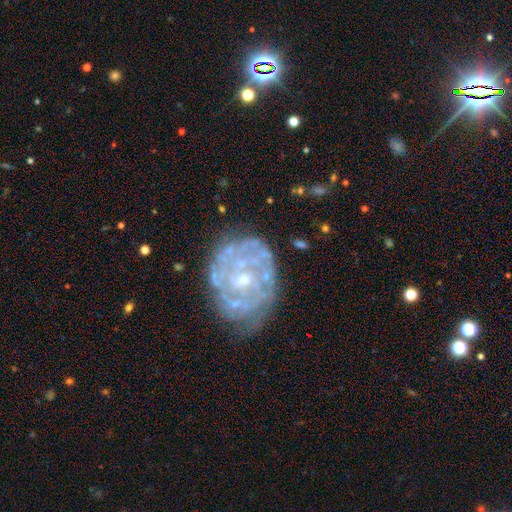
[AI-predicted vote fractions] Q: Smooth or featured?
A: featured or disk (78%); runner-up: star or artifact (12%)
Q: Edge-on disk?
A: no (96%); runner-up: yes (4%)
Q: Bar?
A: no (62%); runner-up: weak (28%)
Q: Spiral arms?
A: yes (88%); runner-up: no (12%)
Q: Spiral winding?
A: tight (76%); runner-up: medium (19%)
Q: Spiral arm count?
A: can't tell (43%); runner-up: 2 (15%)
Q: Bulge size?
A: small (62%); runner-up: moderate (34%)
Q: Merging?
A: none (74%); runner-up: minor disturbance (18%)